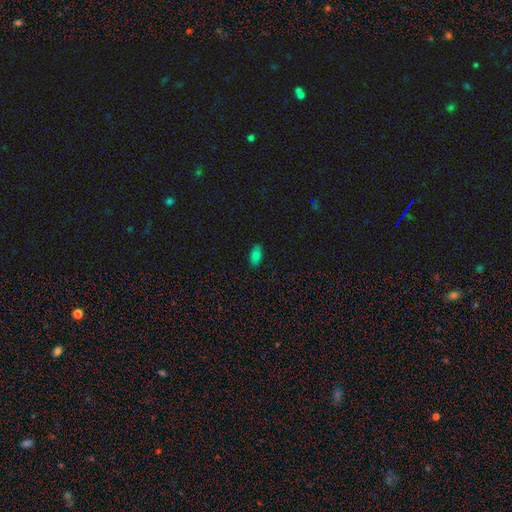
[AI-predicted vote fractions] Smooth or featured: smooth — 82% (star or artifact — 11%)
How rounded: in between — 91% (cigar-shaped — 6%)
Merging: none — 87% (minor disturbance — 10%)